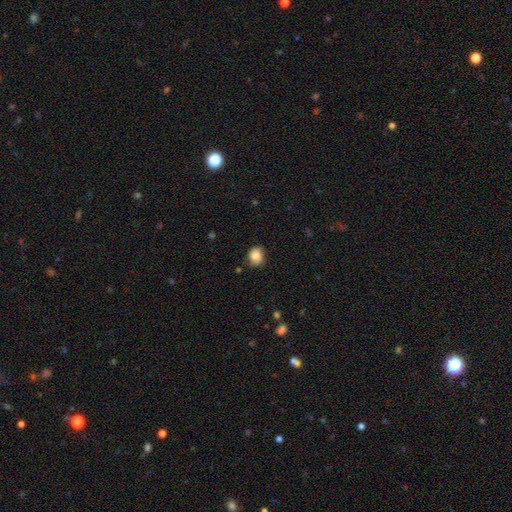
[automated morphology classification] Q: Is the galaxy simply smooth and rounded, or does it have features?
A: smooth — 85%.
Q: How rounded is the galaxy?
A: round — 63%.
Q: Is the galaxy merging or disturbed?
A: none — 76%.